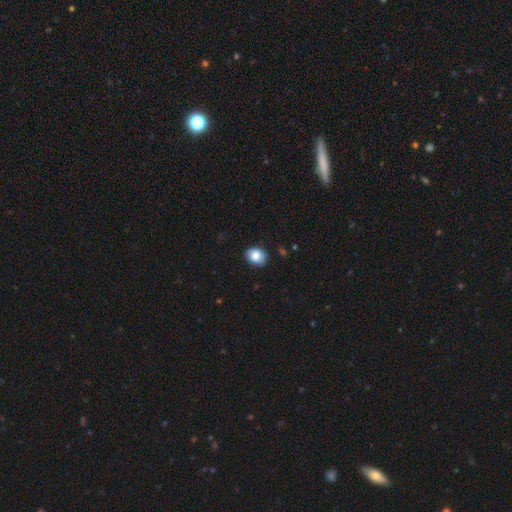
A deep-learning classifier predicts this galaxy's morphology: Overall: smooth (82%). How rounded: in between (56%; round 43%). Merging: none (84%).